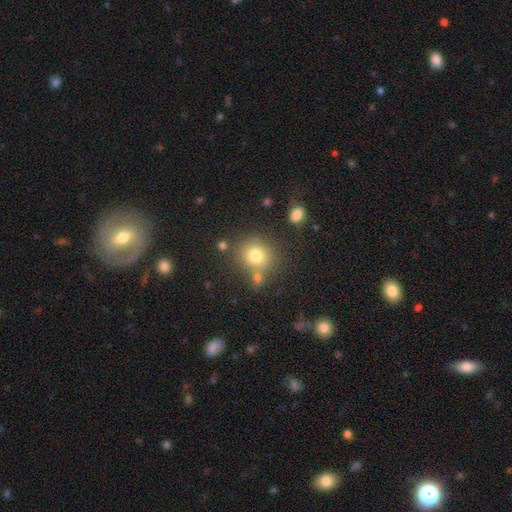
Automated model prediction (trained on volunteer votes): This is likely a smooth galaxy (76%). How rounded: clearly round (84%). Merging: likely none (69%).